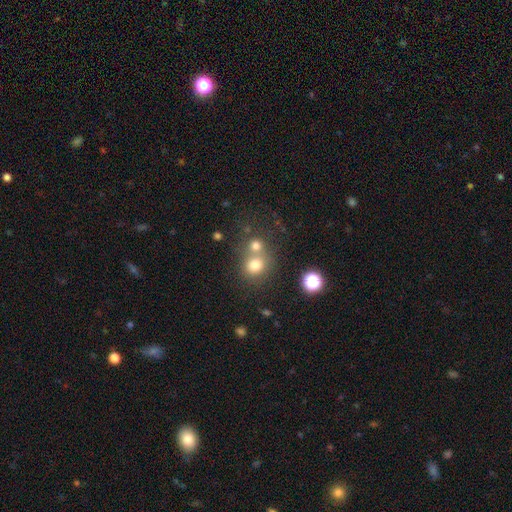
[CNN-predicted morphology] smooth_or_featured: smooth (p=0.65) [alt: star or artifact p=0.21]
how_rounded: round (p=0.82) [alt: in between p=0.17]
merging: none (p=0.46) [alt: merger p=0.44]